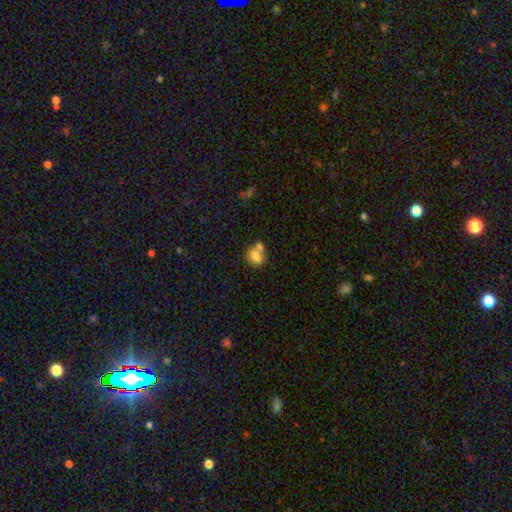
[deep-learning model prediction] smooth 76%, featured or disk 15%, star or artifact 9%. Down the decision tree: how rounded — round (68%); merging — merger (42%, tied with none).